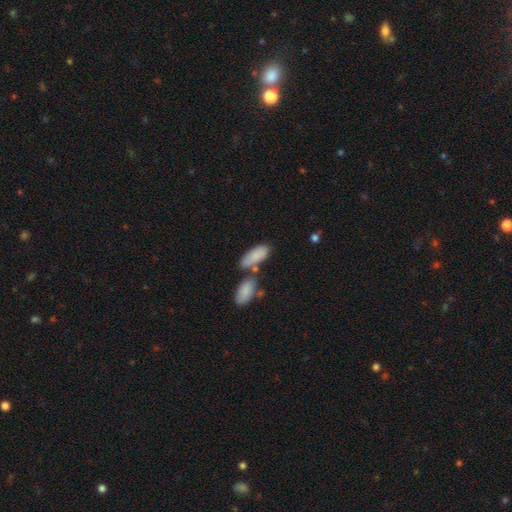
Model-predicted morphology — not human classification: Smooth or featured? Predicted: smooth (p=0.83). How rounded? Predicted: in between (p=0.82). Merging? Predicted: none (p=0.46).